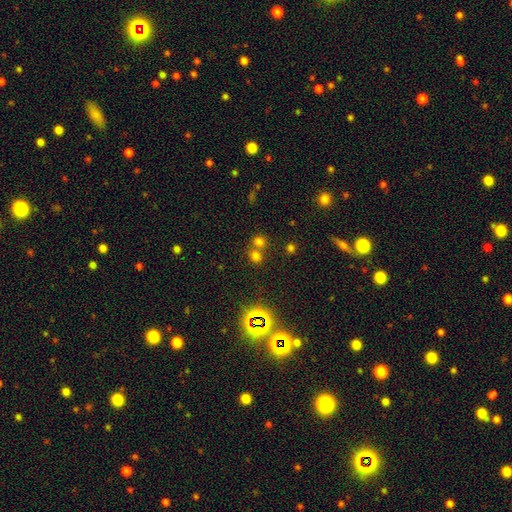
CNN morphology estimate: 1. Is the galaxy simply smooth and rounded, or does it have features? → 57% smooth, 36% star or artifact, 7% featured or disk.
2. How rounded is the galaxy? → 75% round, 23% in between, 1% cigar-shaped.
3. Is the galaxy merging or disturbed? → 52% none, 38% merger, 7% minor disturbance, 3% major disturbance.